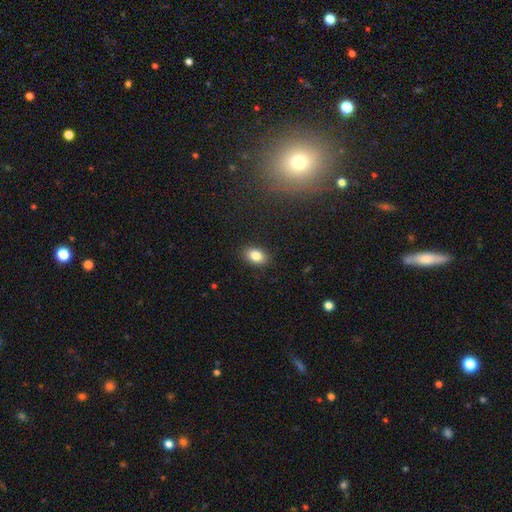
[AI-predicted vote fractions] A smooth galaxy with no disk features (84%) that is in between round and cigar-shaped (86%). Merging: none (88%).